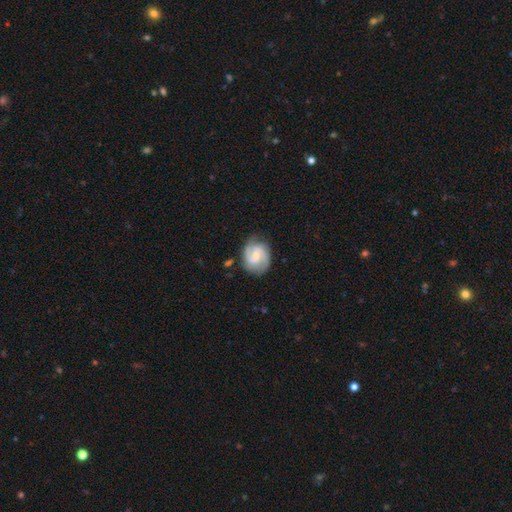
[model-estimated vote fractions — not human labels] Smooth or featured: featured or disk — 82% (smooth — 13%)
Edge-on disk: no — 98% (yes — 2%)
Bar: weak — 53% (no — 34%)
Spiral arms: yes — 97% (no — 3%)
Spiral winding: medium — 48% (tight — 38%)
Spiral arm count: 2 — 77% (3 — 11%)
Bulge size: small — 56% (moderate — 31%)
Merging: none — 77% (minor disturbance — 16%)